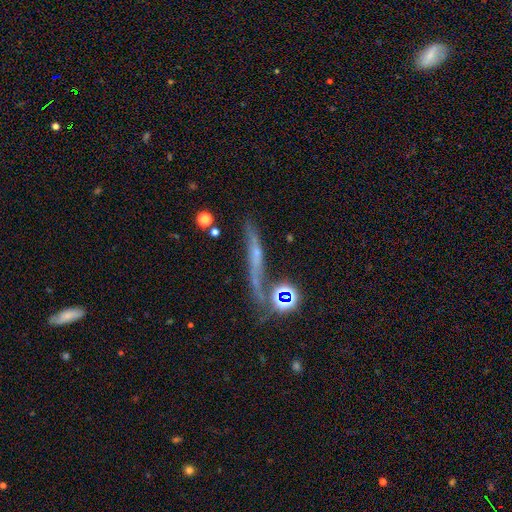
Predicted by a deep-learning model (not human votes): Smooth or featured? Predicted: featured or disk (p=0.49). Merging? Predicted: none (p=0.51).